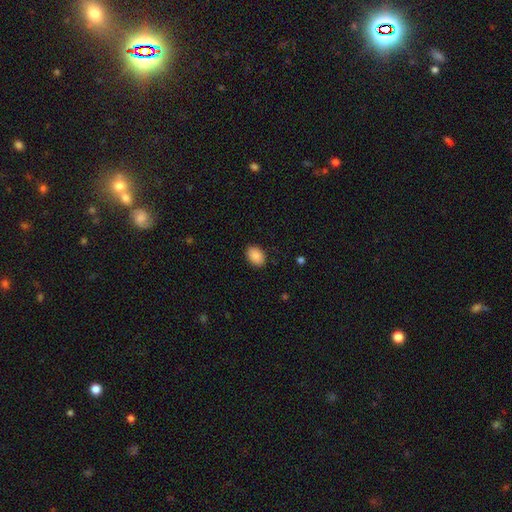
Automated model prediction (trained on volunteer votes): A smooth galaxy with no disk features (89%) that is in between round and cigar-shaped (82%).

Vote fractions:
- Smooth or featured? smooth: 89% / star or artifact: 8% / featured or disk: 4%
- How rounded? in between: 82% / round: 17% / cigar-shaped: 1%
- Merging? none: 88% / minor disturbance: 9% / major disturbance: 2% / merger: 1%